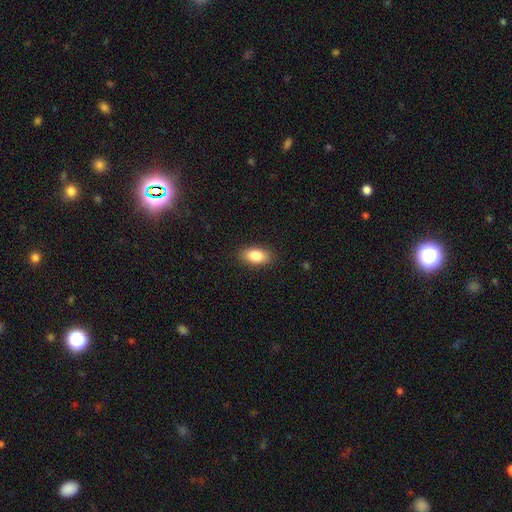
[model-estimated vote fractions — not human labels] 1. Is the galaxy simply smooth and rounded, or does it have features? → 86% smooth, 7% star or artifact, 7% featured or disk.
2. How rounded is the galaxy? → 90% in between, 6% round, 4% cigar-shaped.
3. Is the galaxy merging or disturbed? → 88% none, 9% minor disturbance, 2% major disturbance, 1% merger.